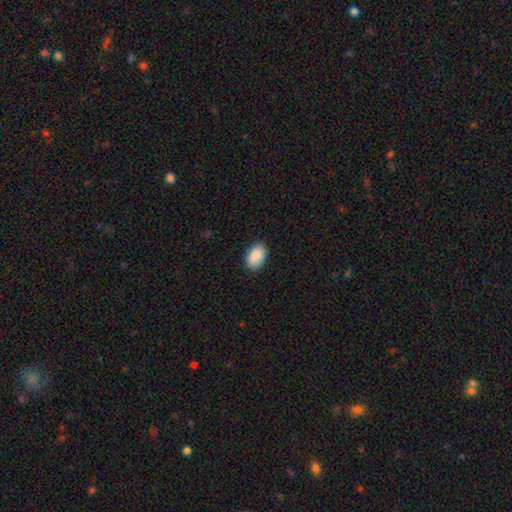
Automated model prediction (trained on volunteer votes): Smooth or featured? smooth (91%)
How rounded? in between (92%)
Merging? none (86%)